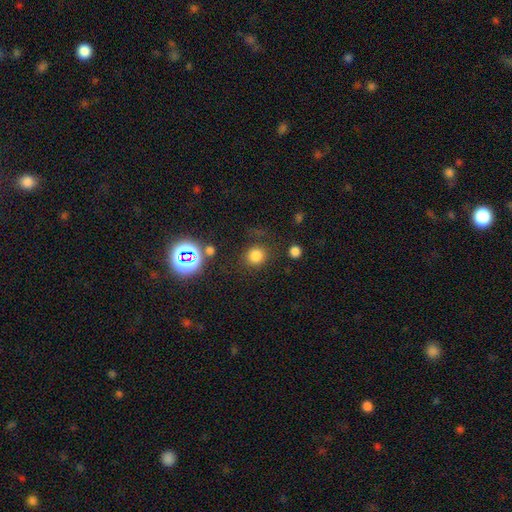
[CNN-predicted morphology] Smooth or featured: smooth — 76% (star or artifact — 18%)
How rounded: round — 87% (in between — 12%)
Merging: none — 78% (minor disturbance — 11%)